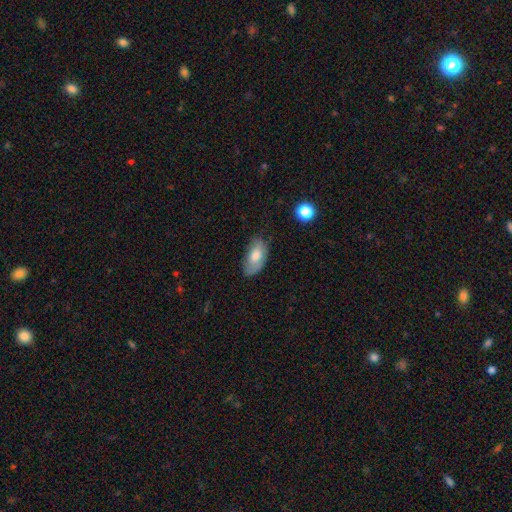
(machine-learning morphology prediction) Overall: smooth (71%). How rounded: in between (93%). Merging: none (62%; minor disturbance 28%).